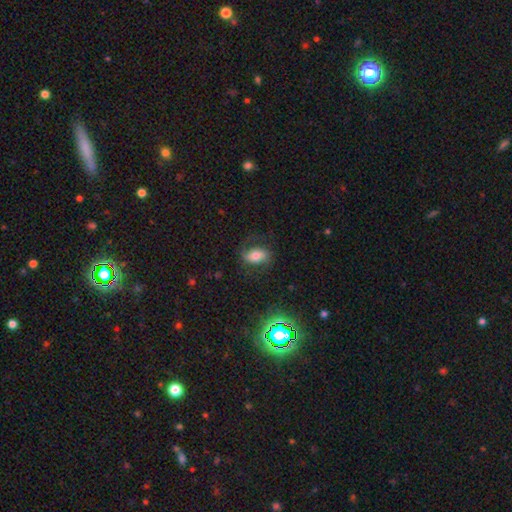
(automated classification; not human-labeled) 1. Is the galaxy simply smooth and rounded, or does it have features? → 45% smooth, 43% featured or disk, 12% star or artifact.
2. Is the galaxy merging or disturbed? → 65% none, 18% minor disturbance, 15% major disturbance, 2% merger.